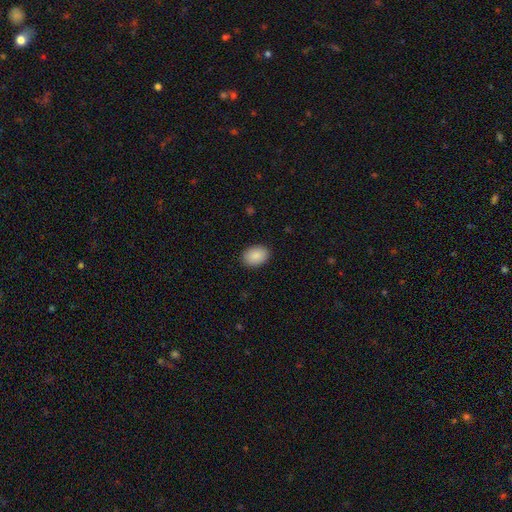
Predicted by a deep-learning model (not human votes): smooth_or_featured: smooth (p=0.90) [alt: star or artifact p=0.07]
how_rounded: in between (p=0.82) [alt: round p=0.17]
merging: none (p=0.90) [alt: minor disturbance p=0.08]